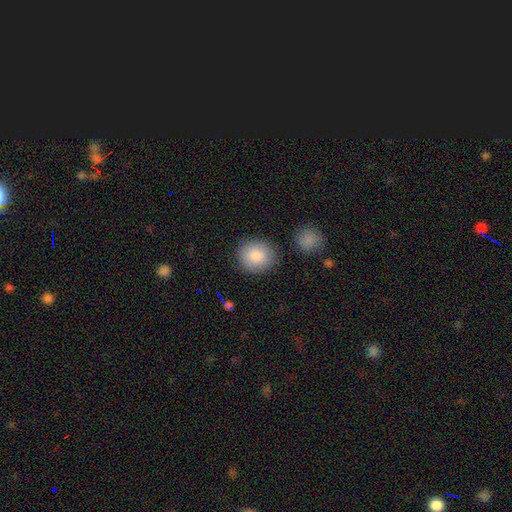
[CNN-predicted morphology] The model was most divided on "how rounded": round: 81%, in between: 18%, cigar-shaped: 1%. More confident: smooth or featured — smooth (87%); merging — none (84%).